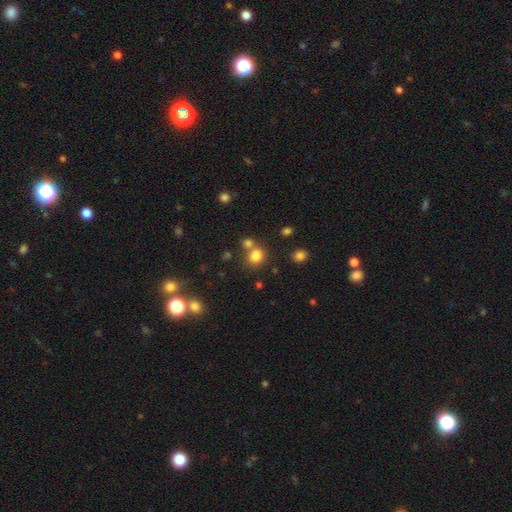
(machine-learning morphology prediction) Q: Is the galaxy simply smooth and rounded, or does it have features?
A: smooth — 79%.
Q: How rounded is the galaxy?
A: round — 70%.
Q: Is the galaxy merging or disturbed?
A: none — 55%.